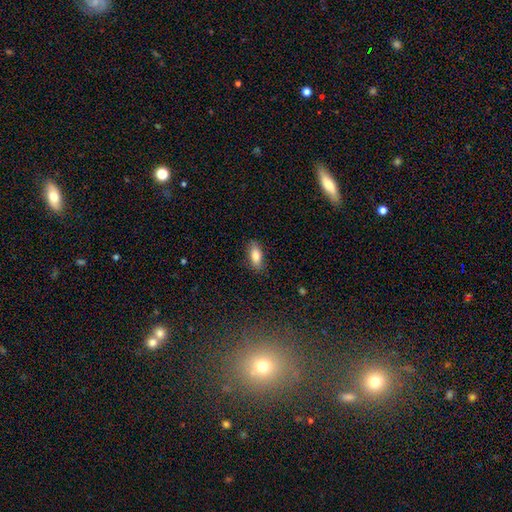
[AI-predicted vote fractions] The model was most divided on "how rounded": in between: 82%, cigar-shaped: 15%, round: 3%. More confident: smooth or featured — smooth (85%); merging — none (82%).